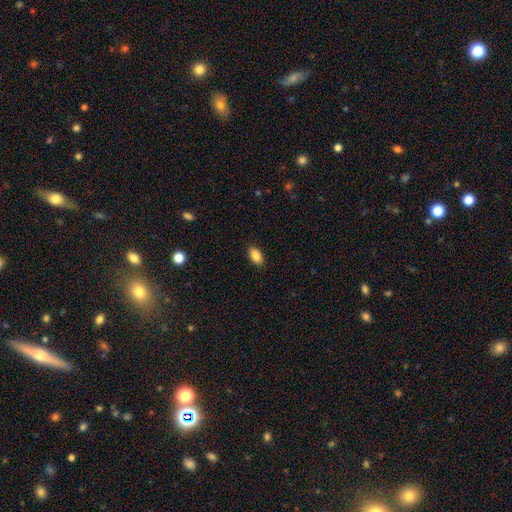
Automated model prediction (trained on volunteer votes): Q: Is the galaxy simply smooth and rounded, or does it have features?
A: smooth — 87%.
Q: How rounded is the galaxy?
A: in between — 91%.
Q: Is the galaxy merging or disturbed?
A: none — 89%.